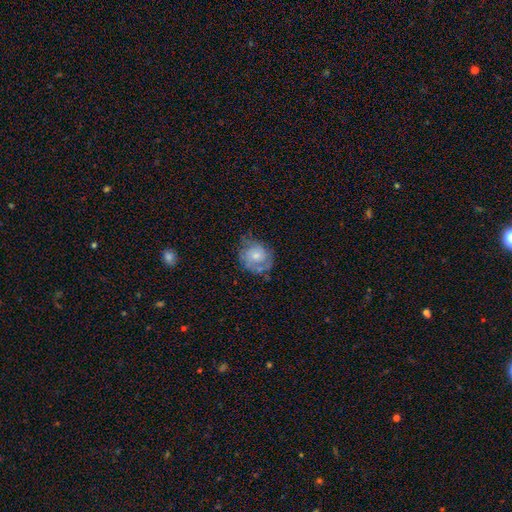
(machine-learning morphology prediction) smooth-or-featured: smooth: 51% | featured or disk: 41% | star or artifact: 8%
  how-rounded: round: 73% | in between: 26% | cigar-shaped: 1%
  merging: none: 52% | minor disturbance: 31% | major disturbance: 14% | merger: 4%